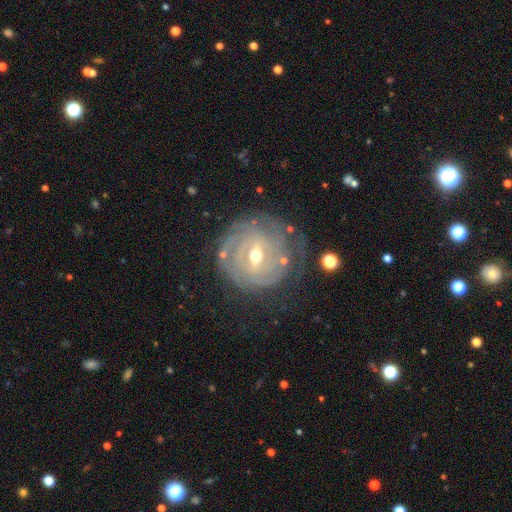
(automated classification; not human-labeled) Smooth or featured? Predicted: featured or disk (p=0.84). Edge-on disk? Predicted: no (p=0.96). Bar? Predicted: weak (p=0.53). Spiral arms? Predicted: yes (p=0.90). Spiral winding? Predicted: tight (p=0.81). Spiral arm count? Predicted: can't tell (p=0.47). Bulge size? Predicted: moderate (p=0.57). Merging? Predicted: none (p=0.72).